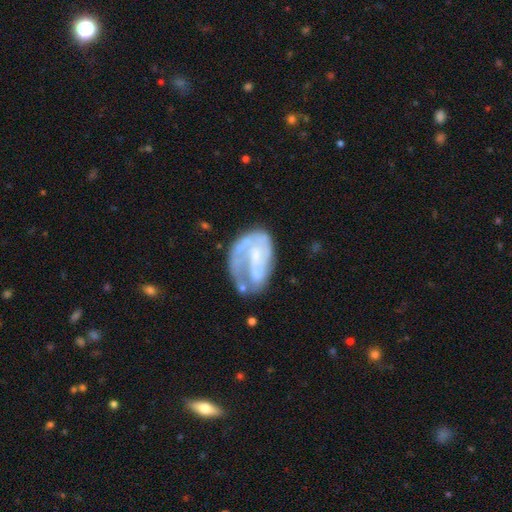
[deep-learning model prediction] Smooth or featured? Predicted: featured or disk (p=0.73). Edge-on disk? Predicted: no (p=0.97). Bar? Predicted: no (p=0.52). Spiral arms? Predicted: yes (p=0.79). Spiral winding? Predicted: tight (p=0.45). Spiral arm count? Predicted: 1 (p=0.40). Bulge size? Predicted: small (p=0.51). Merging? Predicted: none (p=0.44).